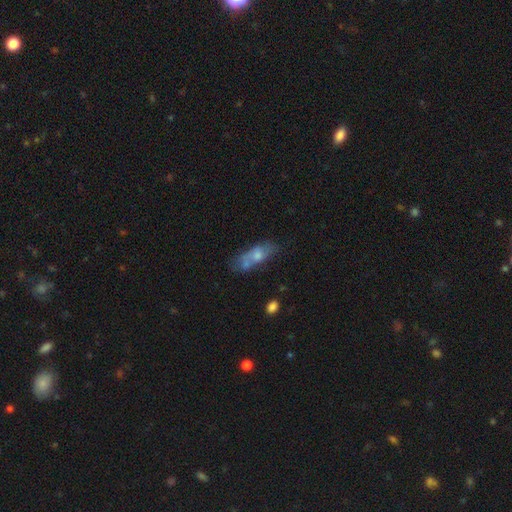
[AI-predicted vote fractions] smooth 56%, featured or disk 35%, star or artifact 9%. Down the decision tree: how rounded — in between (68%); merging — none (41%).